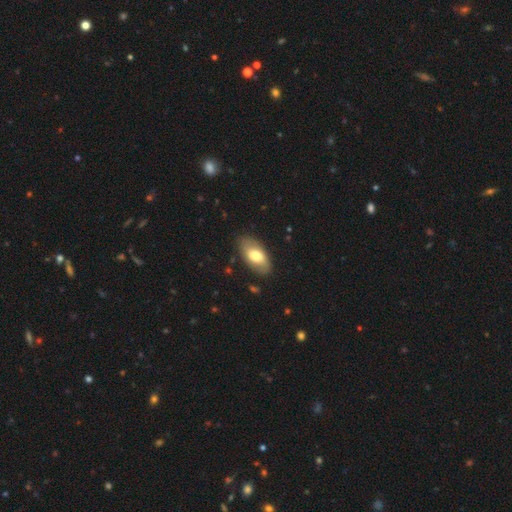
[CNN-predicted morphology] A smooth galaxy with no disk features (68%) that is in between round and cigar-shaped (93%).

Vote fractions:
- Smooth or featured? smooth: 68% / featured or disk: 27% / star or artifact: 6%
- How rounded? in between: 93% / round: 4% / cigar-shaped: 4%
- Merging? none: 83% / minor disturbance: 12% / major disturbance: 3% / merger: 1%